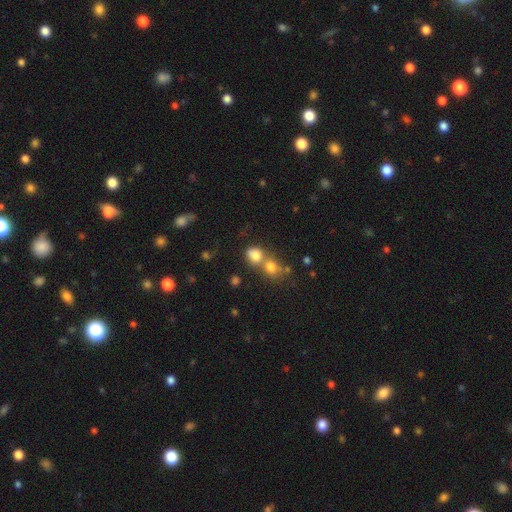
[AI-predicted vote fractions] smooth 77%, star or artifact 12%, featured or disk 11%. Down the decision tree: how rounded — round (70%); merging — merger (55%).